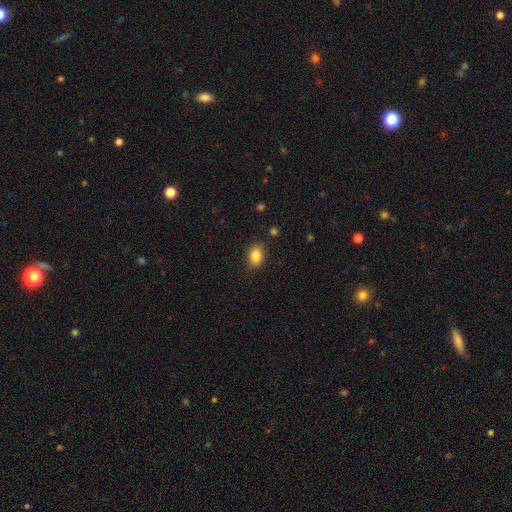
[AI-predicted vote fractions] smooth-or-featured: smooth: 87% | star or artifact: 9% | featured or disk: 4%
  how-rounded: in between: 71% | round: 28% | cigar-shaped: 1%
  merging: none: 86% | minor disturbance: 10% | major disturbance: 3% | merger: 2%